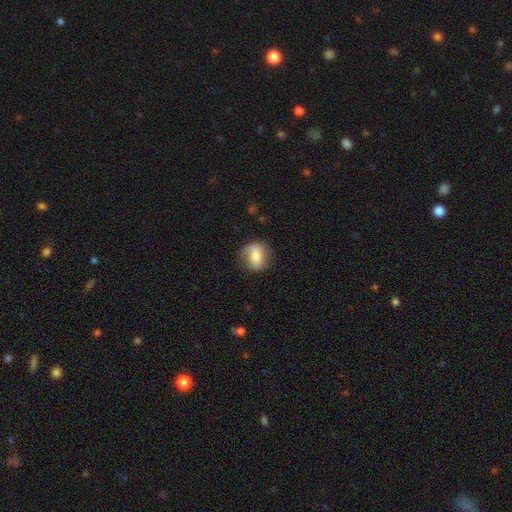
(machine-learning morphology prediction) A smooth galaxy with no disk features (66%) that is round (53%).

Vote fractions:
- Smooth or featured? smooth: 66% / featured or disk: 26% / star or artifact: 8%
- How rounded? round: 53% / in between: 45% / cigar-shaped: 2%
- Merging? none: 71% / minor disturbance: 20% / major disturbance: 7% / merger: 1%